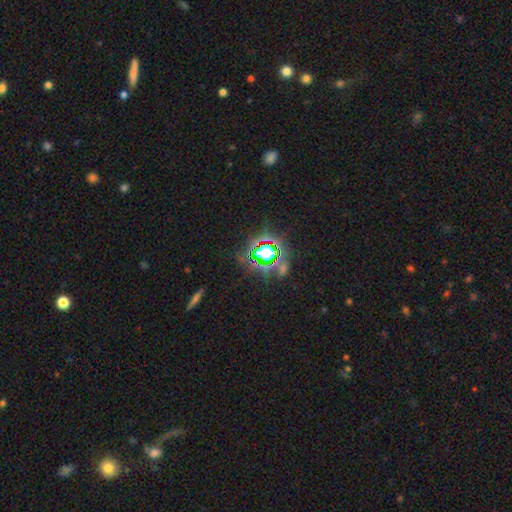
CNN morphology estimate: smooth-or-featured: star or artifact: 77% | smooth: 15% | featured or disk: 8%